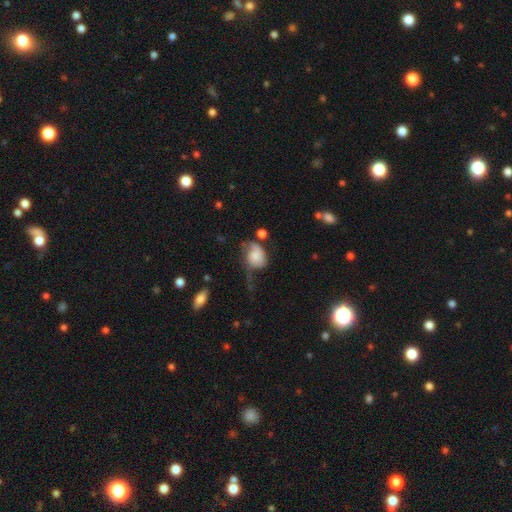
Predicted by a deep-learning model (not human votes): A smooth galaxy with no disk features (56%) that is in between round and cigar-shaped (58%). Merging: major disturbance (35%).